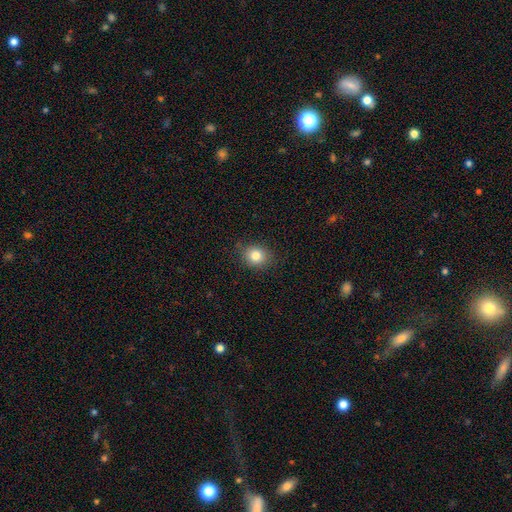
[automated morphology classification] Q: Smooth or featured?
A: smooth (81%); runner-up: star or artifact (11%)
Q: How rounded?
A: round (74%); runner-up: in between (25%)
Q: Merging?
A: none (85%); runner-up: minor disturbance (11%)